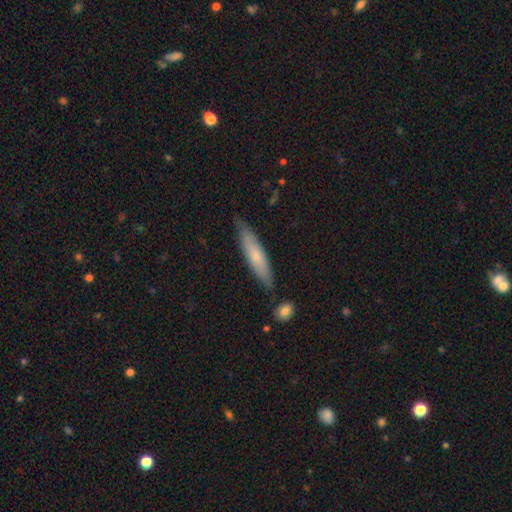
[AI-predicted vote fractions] smooth-or-featured: smooth: 60% | featured or disk: 34% | star or artifact: 6%
  how-rounded: cigar-shaped: 84% | in between: 15% | round: 1%
  merging: none: 78% | minor disturbance: 16% | merger: 3% | major disturbance: 3%